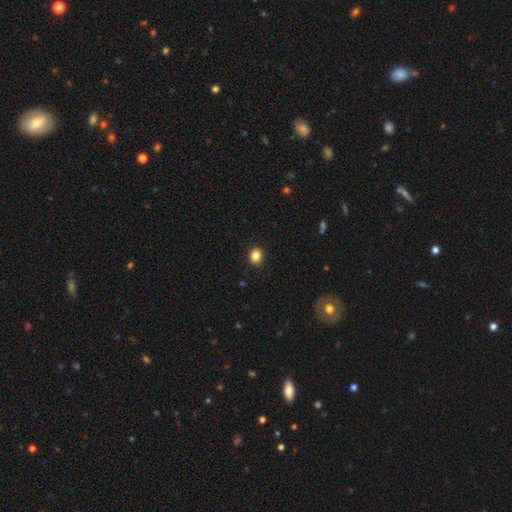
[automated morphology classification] type=smooth (86%); roundness=round (66%); merging=none (91%).